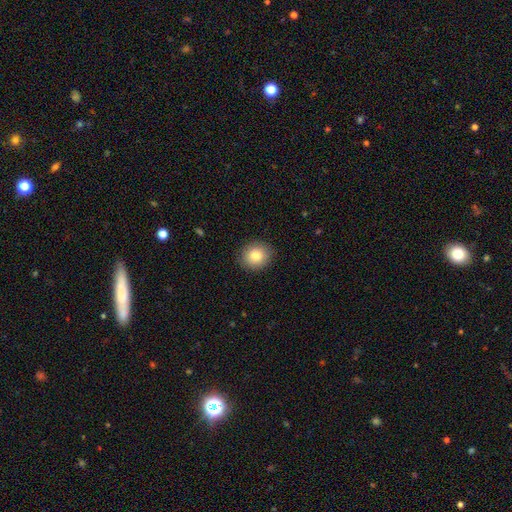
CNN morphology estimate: The model was most divided on "how rounded": round: 78%, in between: 21%, cigar-shaped: 1%. More confident: merging — none (89%); smooth or featured — smooth (82%).